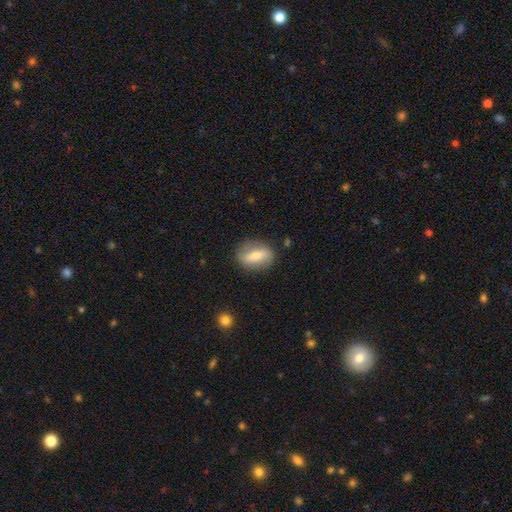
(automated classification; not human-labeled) Smooth or featured?
  - smooth: 56% *
  - featured or disk: 37%
  - star or artifact: 7%
How rounded?
  - in between: 70% *
  - round: 24%
  - cigar-shaped: 7%
Merging?
  - none: 83% *
  - minor disturbance: 12%
  - major disturbance: 3%
  - merger: 1%